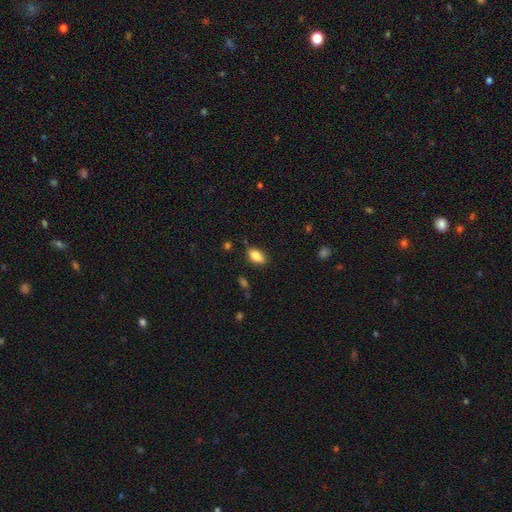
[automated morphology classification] smooth 83%, featured or disk 9%, star or artifact 8%. Down the decision tree: how rounded — in between (89%); merging — none (81%).